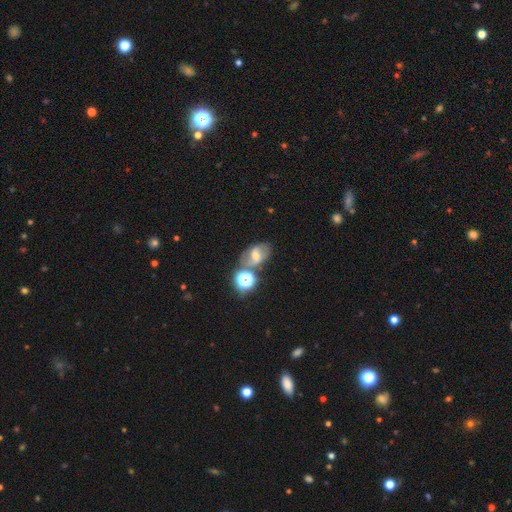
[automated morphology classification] Overall: featured or disk (47%; smooth 32%). Merging: none (60%).